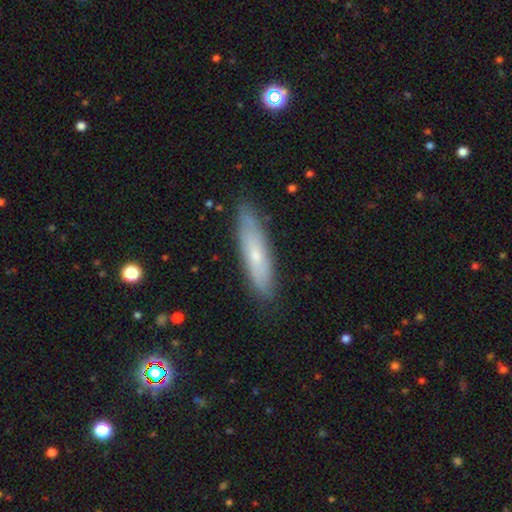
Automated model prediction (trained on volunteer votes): A smooth galaxy with no disk features (54%) that is cigar-shaped (78%).

Vote fractions:
- Smooth or featured? smooth: 54% / featured or disk: 40% / star or artifact: 7%
- How rounded? cigar-shaped: 78% / in between: 21% / round: 2%
- Merging? none: 85% / minor disturbance: 12% / major disturbance: 2% / merger: 1%